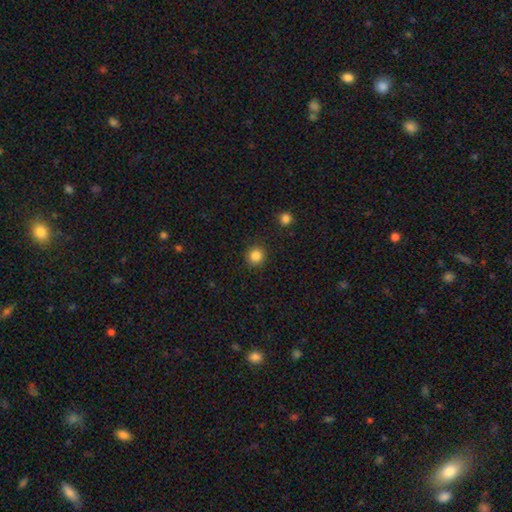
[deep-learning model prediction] smooth 85%, star or artifact 11%, featured or disk 4%. Down the decision tree: how rounded — round (92%); merging — none (91%).